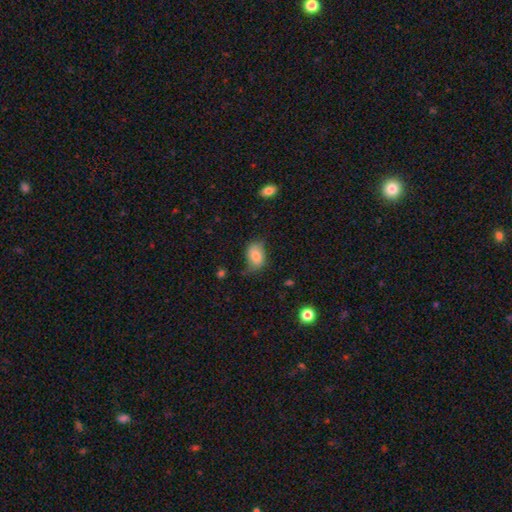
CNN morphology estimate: Smooth or featured? smooth (80%)
How rounded? in between (81%)
Merging? none (51%)